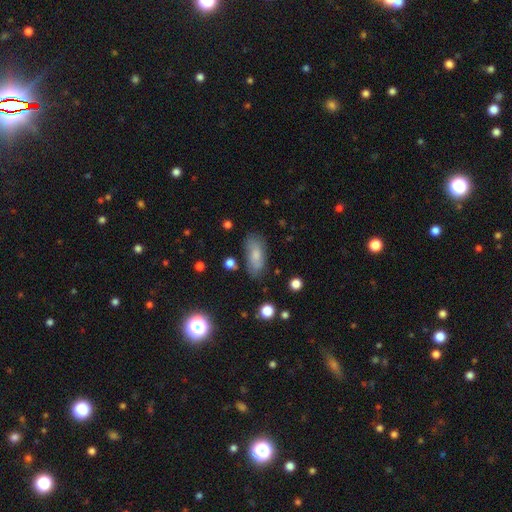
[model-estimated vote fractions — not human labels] The model was most divided on "smooth or featured": smooth: 68%, featured or disk: 24%, star or artifact: 8%. More confident: how rounded — in between (85%); merging — none (70%).